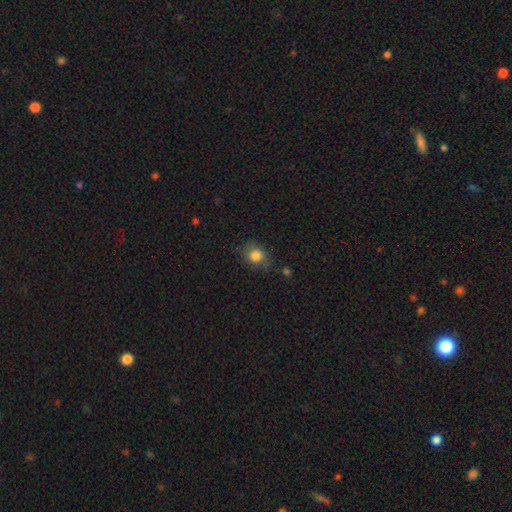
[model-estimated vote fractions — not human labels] The model was most divided on "how rounded": round: 60%, in between: 39%, cigar-shaped: 1%. More confident: smooth or featured — smooth (82%); merging — none (69%).